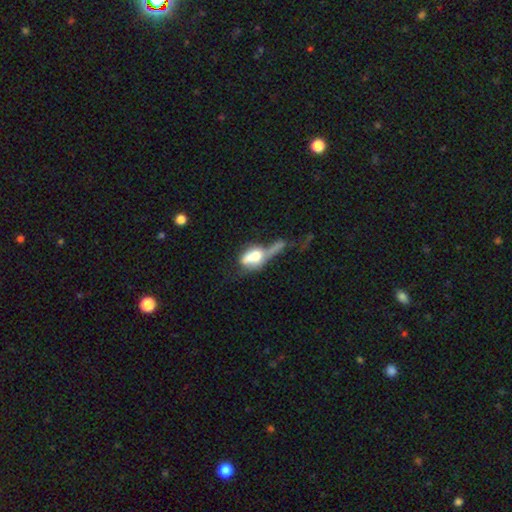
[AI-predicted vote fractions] Smooth or featured: smooth — 49% (featured or disk — 41%)
Merging: merger — 35% (major disturbance — 34%)